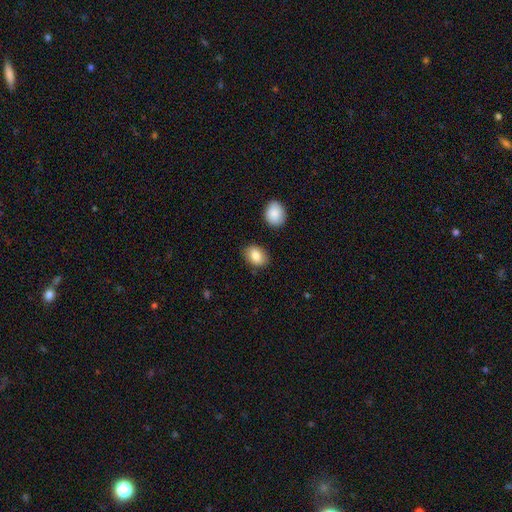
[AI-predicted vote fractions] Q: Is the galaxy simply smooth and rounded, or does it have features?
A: smooth — 85%.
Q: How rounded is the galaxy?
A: in between — 78%.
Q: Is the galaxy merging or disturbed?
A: none — 83%.